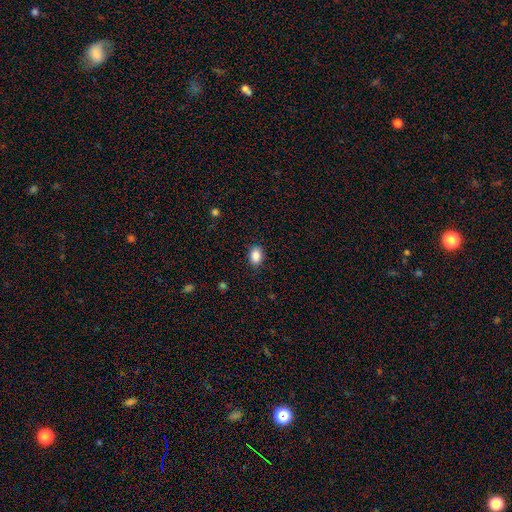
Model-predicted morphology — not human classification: Smooth or featured? smooth (88%)
How rounded? in between (75%)
Merging? none (87%)